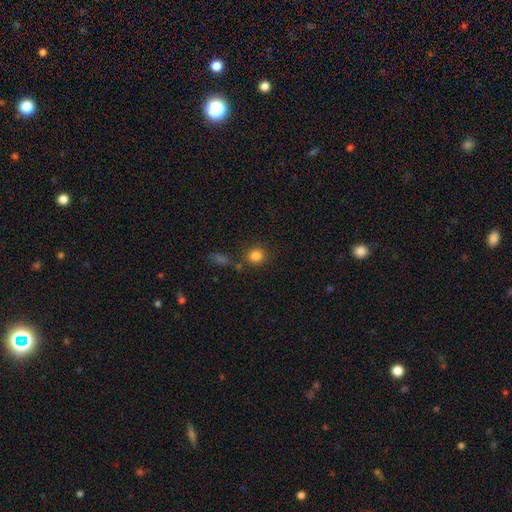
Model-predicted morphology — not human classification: Smooth or featured: smooth — 83% (star or artifact — 12%)
How rounded: round — 80% (in between — 19%)
Merging: none — 77% (minor disturbance — 10%)